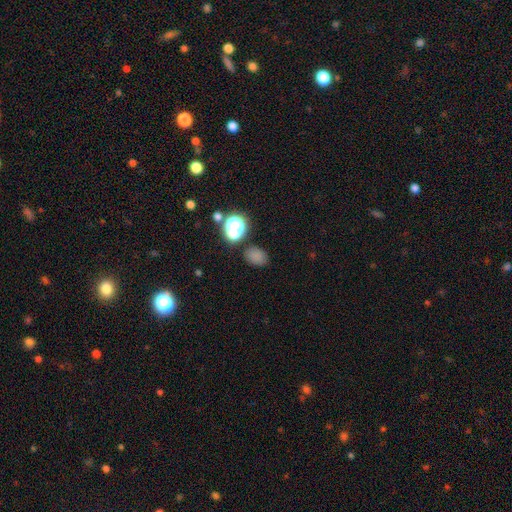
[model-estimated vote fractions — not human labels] Smooth or featured: smooth — 72% (star or artifact — 21%)
How rounded: in between — 68% (round — 30%)
Merging: none — 75% (minor disturbance — 14%)